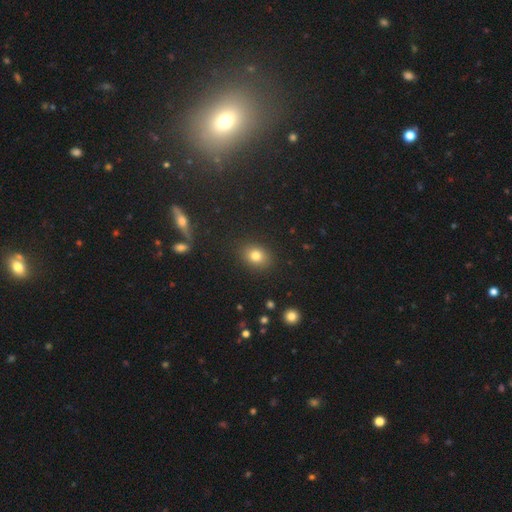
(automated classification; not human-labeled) This is likely a smooth galaxy (78%). How rounded: possibly round (49%, tied with in between). Merging: clearly none (88%).